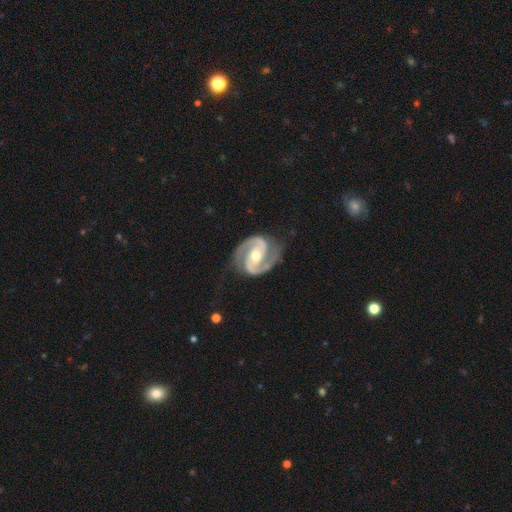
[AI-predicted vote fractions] The model was most divided on "bar": weak: 36%, no: 35%, strong: 28%. More confident: spiral arms — yes (99%); edge-on disk — no (98%); spiral arm count — 2 (95%); smooth or featured — featured or disk (94%); merging — none (81%); bulge size — moderate (68%); spiral winding — medium (55%).